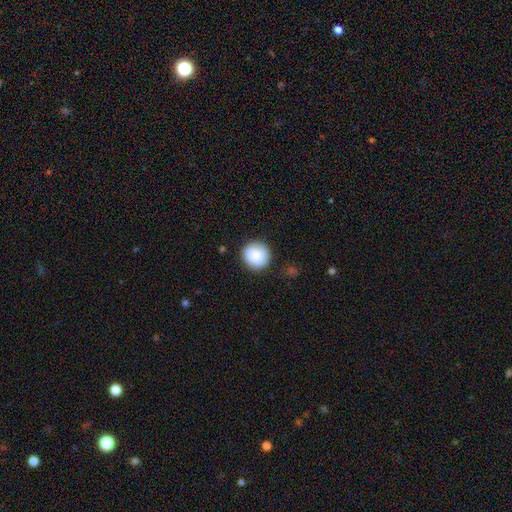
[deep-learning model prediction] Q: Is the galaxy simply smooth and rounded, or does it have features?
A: smooth — 87%.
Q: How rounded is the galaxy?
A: round — 93%.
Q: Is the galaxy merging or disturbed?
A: none — 88%.